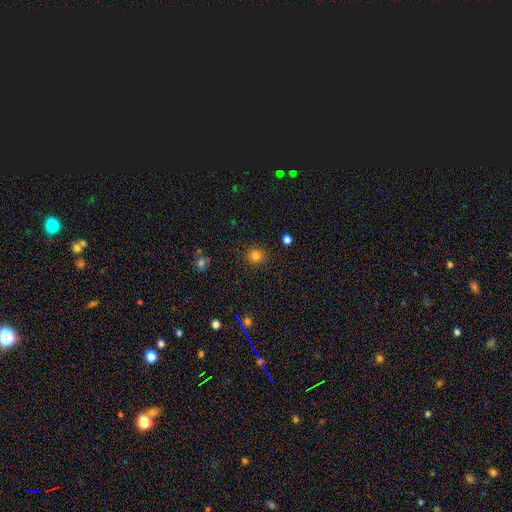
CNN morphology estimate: smooth_or_featured: smooth (p=0.79) [alt: star or artifact p=0.15]
how_rounded: round (p=0.87) [alt: in between p=0.12]
merging: none (p=0.89) [alt: minor disturbance p=0.08]